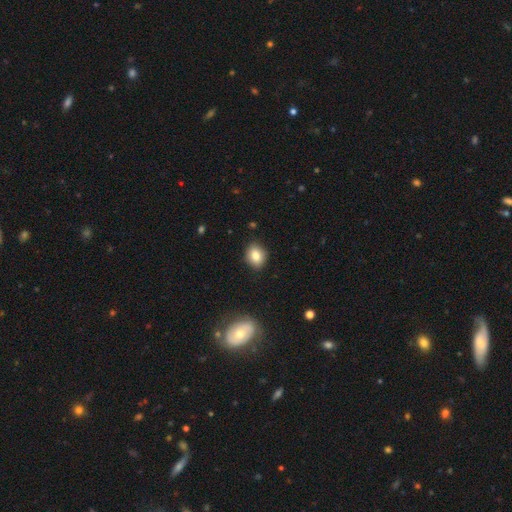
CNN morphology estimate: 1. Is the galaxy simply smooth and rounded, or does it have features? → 81% smooth, 10% star or artifact, 9% featured or disk.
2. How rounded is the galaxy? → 55% round, 44% in between, 1% cigar-shaped.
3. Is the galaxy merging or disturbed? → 87% none, 10% minor disturbance, 2% major disturbance, 1% merger.